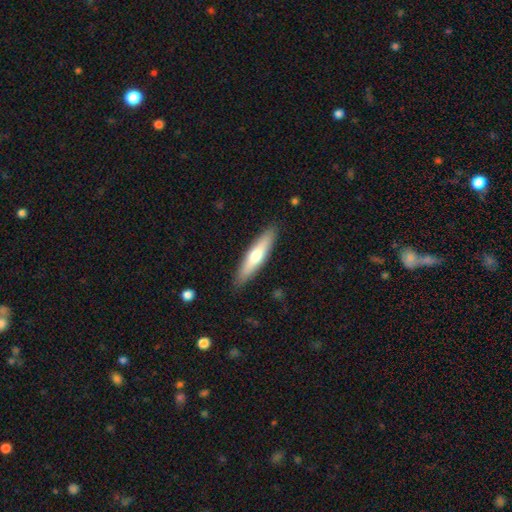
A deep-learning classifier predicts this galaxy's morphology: Smooth or featured? smooth (58%)
How rounded? cigar-shaped (81%)
Merging? none (89%)